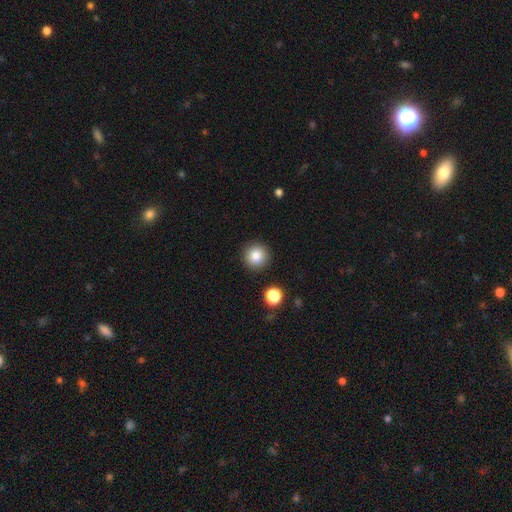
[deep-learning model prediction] Q: Smooth or featured?
A: smooth (84%); runner-up: star or artifact (10%)
Q: How rounded?
A: round (95%); runner-up: in between (4%)
Q: Merging?
A: none (90%); runner-up: minor disturbance (6%)